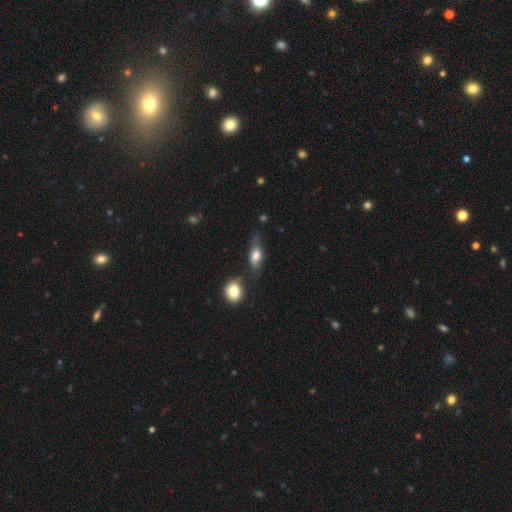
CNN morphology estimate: Overall: smooth (68%). How rounded: in between (73%). Merging: none (58%; minor disturbance 24%).